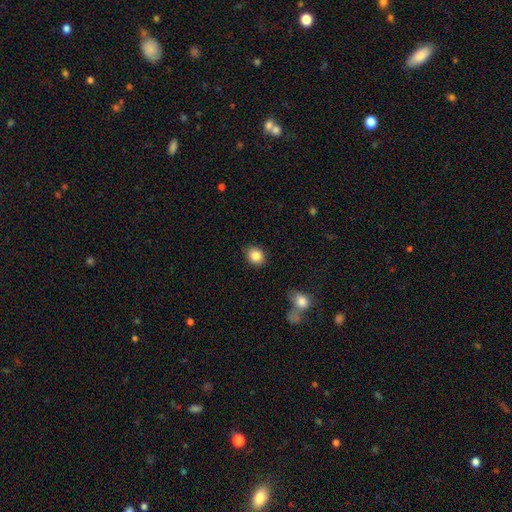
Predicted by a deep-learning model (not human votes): Smooth or featured? smooth (86%)
How rounded? round (54%)
Merging? none (87%)